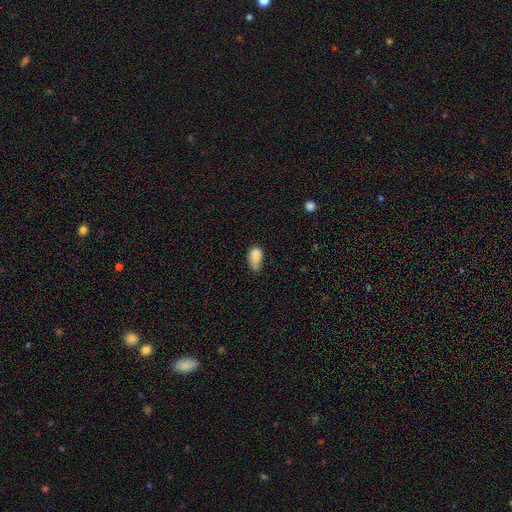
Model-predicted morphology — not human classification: This is clearly a smooth galaxy (83%). How rounded: clearly in between (89%). Merging: marginally none (41%).